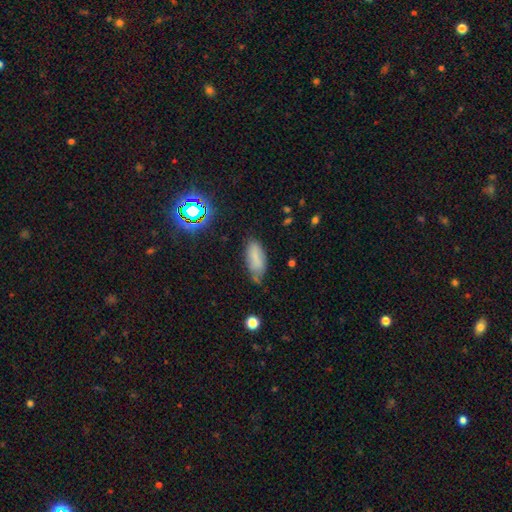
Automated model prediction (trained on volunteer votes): This is likely a smooth galaxy (76%). How rounded: clearly in between (83%). Merging: possibly none (56%).